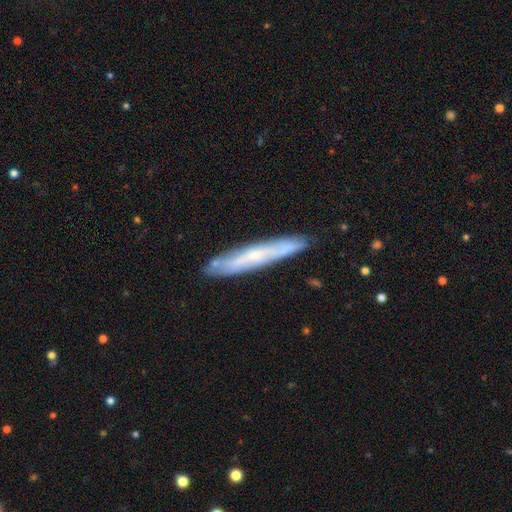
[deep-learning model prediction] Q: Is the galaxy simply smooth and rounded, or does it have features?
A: featured or disk — 56%.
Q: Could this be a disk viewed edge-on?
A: yes — 75%.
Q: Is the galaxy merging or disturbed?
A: none — 85%.